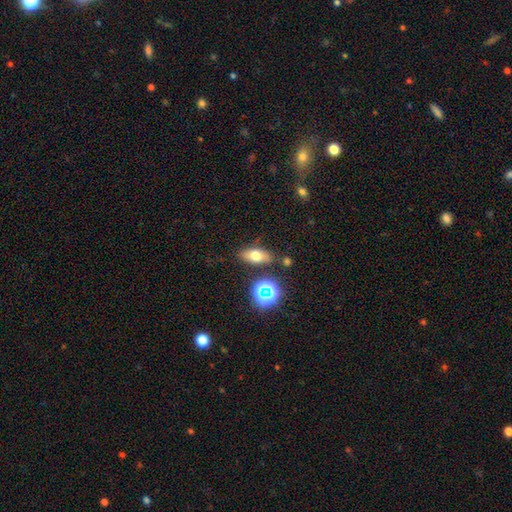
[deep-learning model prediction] The model was most divided on "smooth or featured": smooth: 64%, featured or disk: 21%, star or artifact: 15%. More confident: merging — none (79%); how rounded — in between (75%).